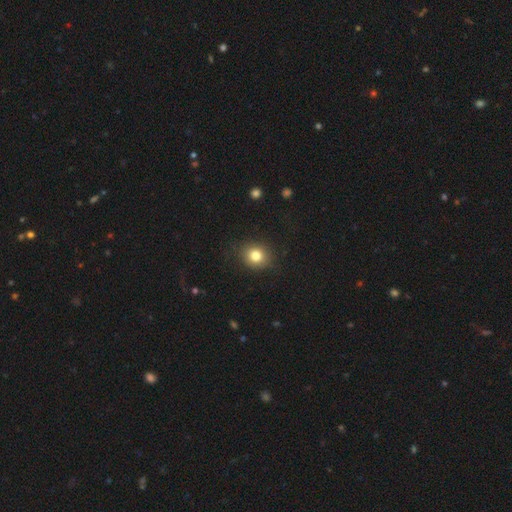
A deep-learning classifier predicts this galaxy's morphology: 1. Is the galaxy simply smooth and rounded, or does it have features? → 82% smooth, 11% star or artifact, 7% featured or disk.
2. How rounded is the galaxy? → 74% round, 25% in between, 1% cigar-shaped.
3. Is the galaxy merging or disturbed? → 86% none, 10% minor disturbance, 3% major disturbance, 1% merger.